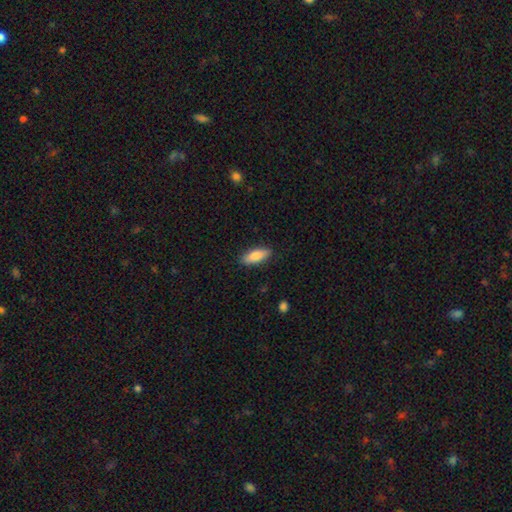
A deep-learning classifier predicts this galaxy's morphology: Q: Smooth or featured?
A: smooth (83%); runner-up: featured or disk (12%)
Q: How rounded?
A: in between (71%); runner-up: cigar-shaped (27%)
Q: Merging?
A: none (87%); runner-up: minor disturbance (10%)